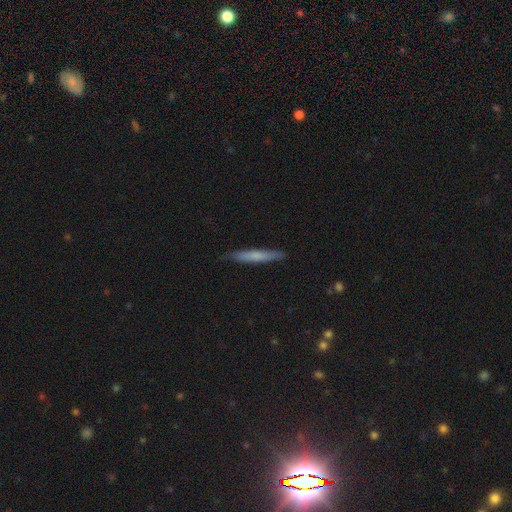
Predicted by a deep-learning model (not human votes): smooth 66%, featured or disk 28%, star or artifact 5%. Down the decision tree: how rounded — cigar-shaped (94%); merging — none (86%).